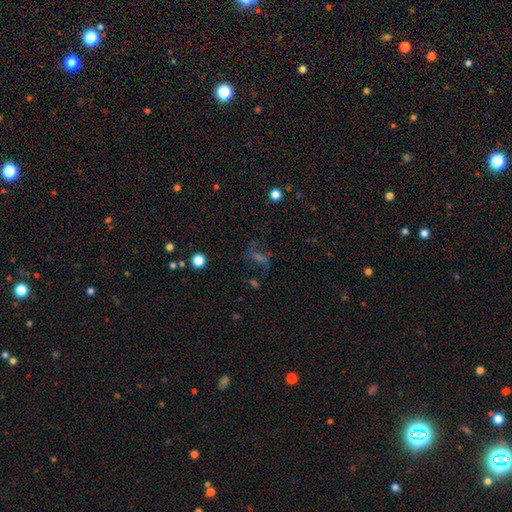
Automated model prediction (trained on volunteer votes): This is marginally a star or artifact rather than a galaxy (39%).